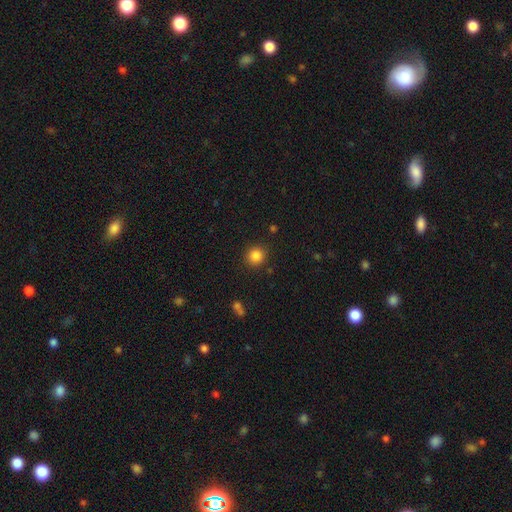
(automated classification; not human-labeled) Smooth or featured? Predicted: smooth (p=0.85). How rounded? Predicted: round (p=0.90). Merging? Predicted: none (p=0.89).